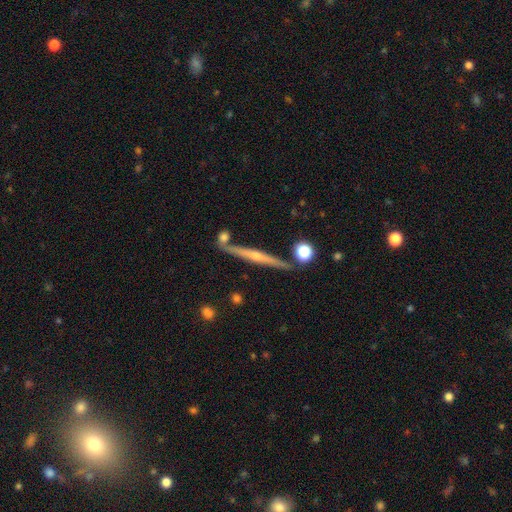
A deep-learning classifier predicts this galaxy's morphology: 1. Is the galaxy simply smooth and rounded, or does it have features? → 74% featured or disk, 19% smooth, 7% star or artifact.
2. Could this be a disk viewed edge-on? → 97% yes, 3% no.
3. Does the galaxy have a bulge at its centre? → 74% rounded, 20% none, 6% boxy.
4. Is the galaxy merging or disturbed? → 81% none, 10% minor disturbance, 7% merger, 2% major disturbance.